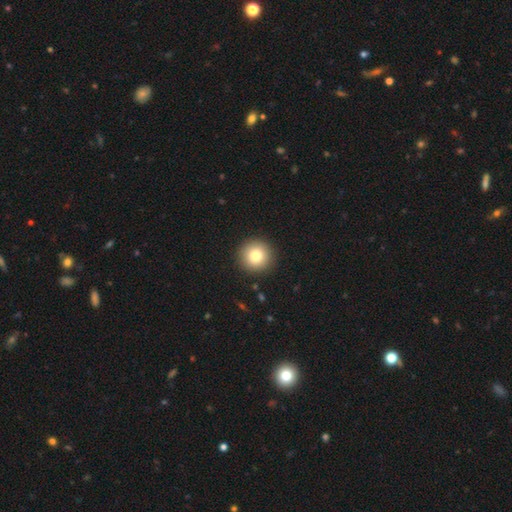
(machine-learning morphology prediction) This is clearly a smooth galaxy (81%). How rounded: clearly round (95%). Merging: clearly none (92%).